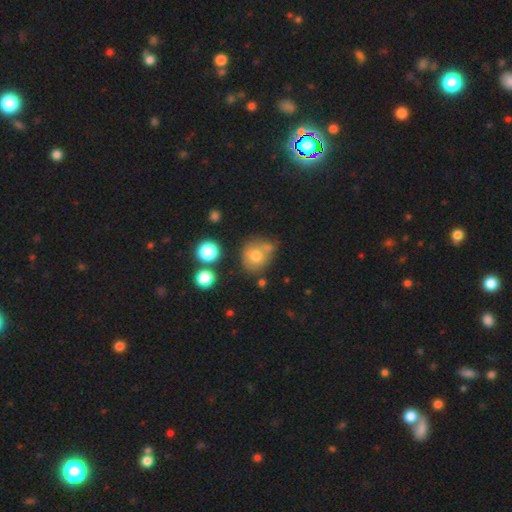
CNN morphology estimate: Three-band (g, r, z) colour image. It shows a smooth galaxy with no disk features (70%) that is round (72%). Merging: none (54%).